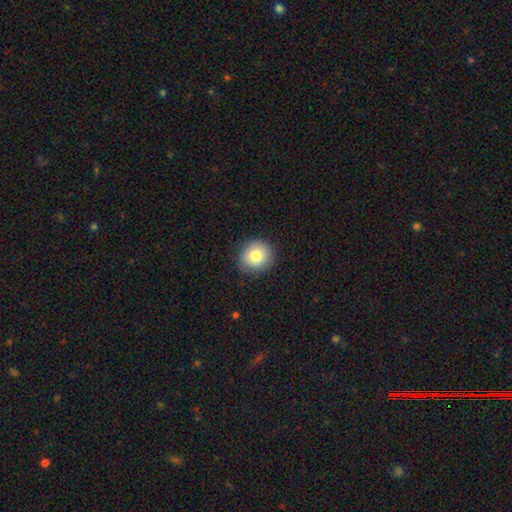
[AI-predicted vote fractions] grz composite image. It shows a smooth galaxy with no disk features (81%) that is round (90%). Merging: none (89%).